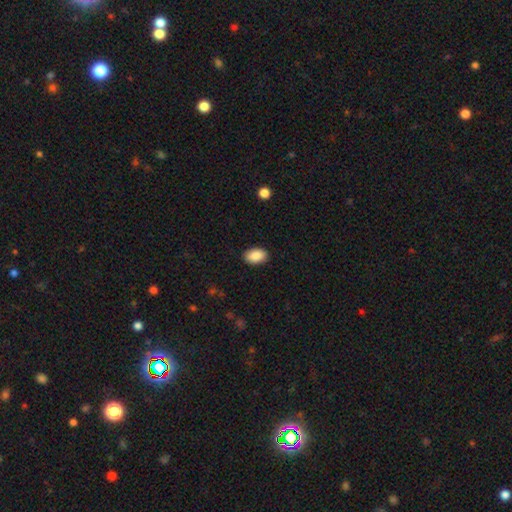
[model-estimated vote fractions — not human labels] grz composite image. It shows a smooth galaxy with no disk features (89%) that is in between round and cigar-shaped (90%). Merging: none (89%).